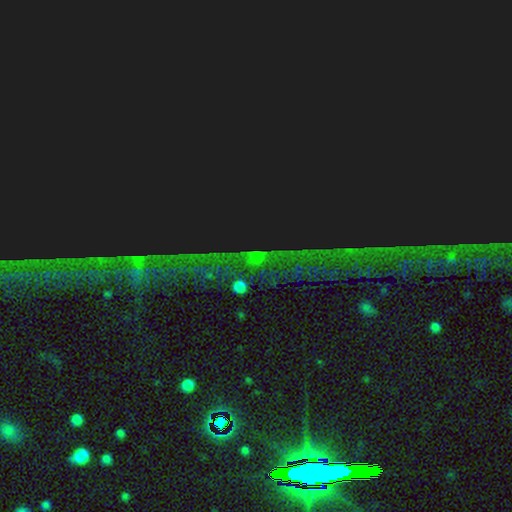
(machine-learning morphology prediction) star or artifact 77%, smooth 13%, featured or disk 11%.